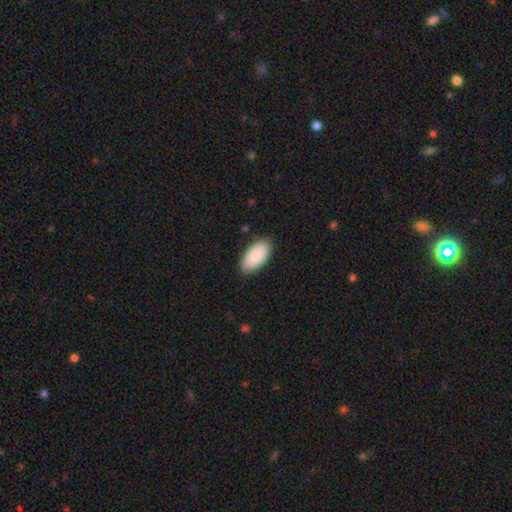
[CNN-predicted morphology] This is clearly a smooth galaxy (89%). How rounded: clearly in between (95%). Merging: clearly none (85%).